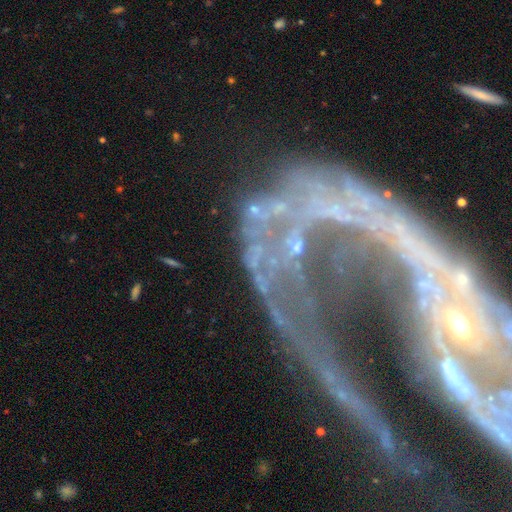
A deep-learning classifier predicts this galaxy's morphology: featured or disk 53%, star or artifact 34%, smooth 13%. Down the decision tree: edge-on disk — no (91%); merging — none (46%).